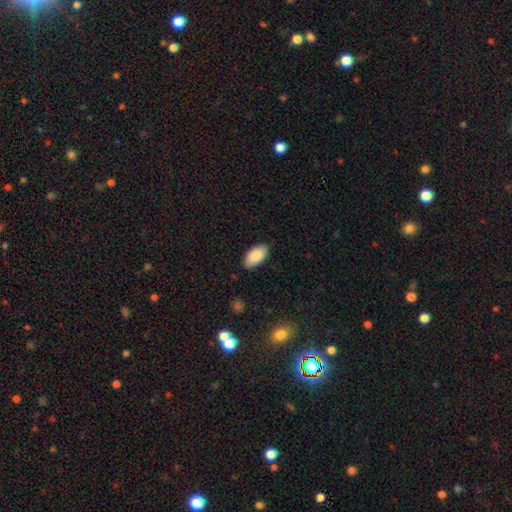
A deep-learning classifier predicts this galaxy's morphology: Smooth or featured? Predicted: smooth (p=0.86). How rounded? Predicted: in between (p=0.95). Merging? Predicted: none (p=0.84).